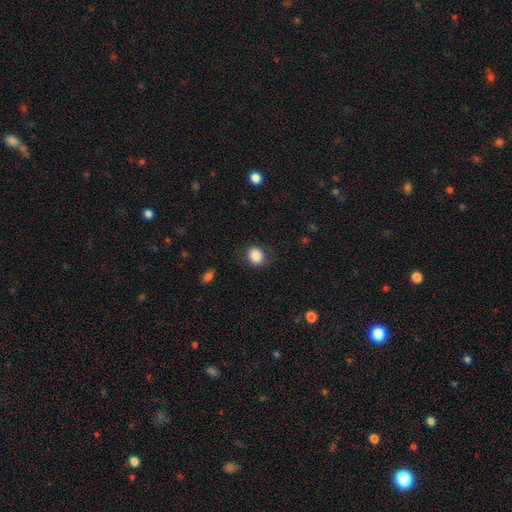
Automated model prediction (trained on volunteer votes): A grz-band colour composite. It shows a smooth galaxy with no disk features (85%) that is round (70%). Merging: none (80%).